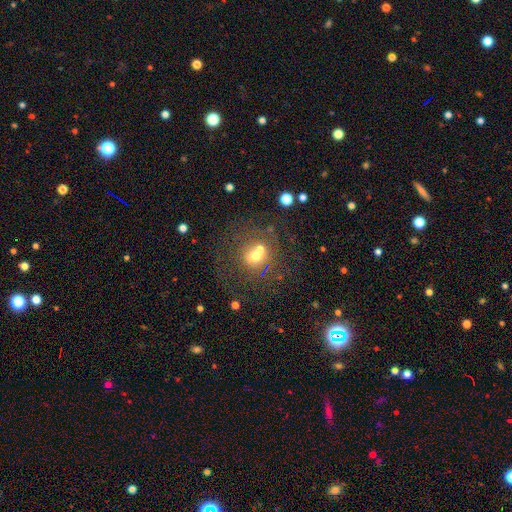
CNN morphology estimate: This is possibly a smooth galaxy (56%). How rounded: clearly round (85%). Merging: possibly none (51%).